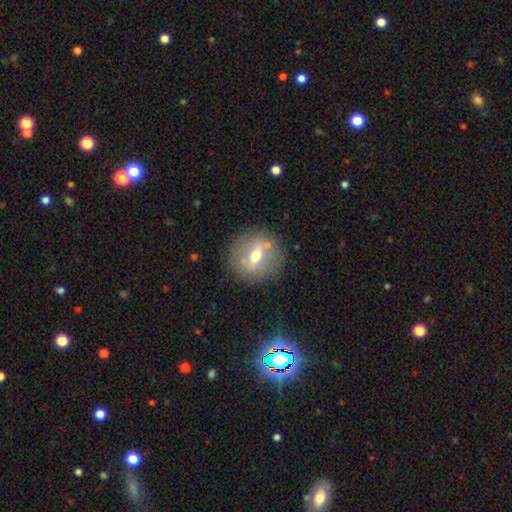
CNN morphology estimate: smooth_or_featured: featured or disk (p=0.49) [alt: smooth p=0.42]
merging: none (p=0.83) [alt: minor disturbance p=0.09]